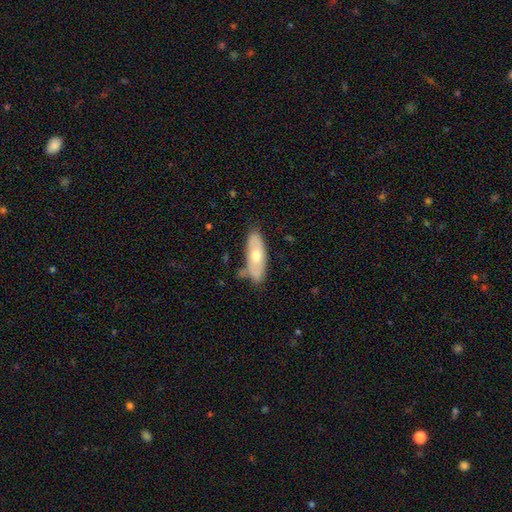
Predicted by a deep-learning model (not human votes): smooth 55%, featured or disk 39%, star or artifact 6%. Down the decision tree: how rounded — in between (74%); merging — none (70%).